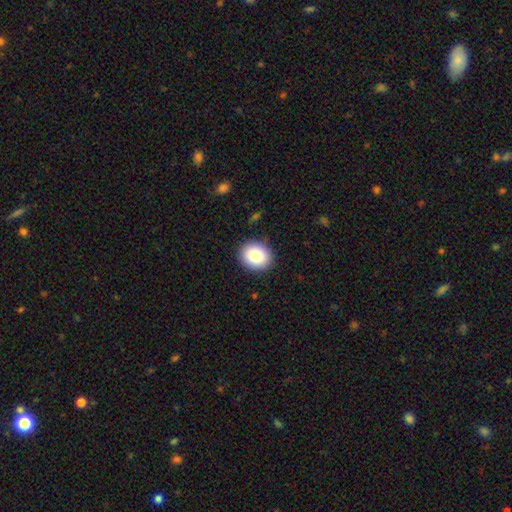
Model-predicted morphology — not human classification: Smooth or featured? smooth (83%)
How rounded? round (63%)
Merging? none (89%)